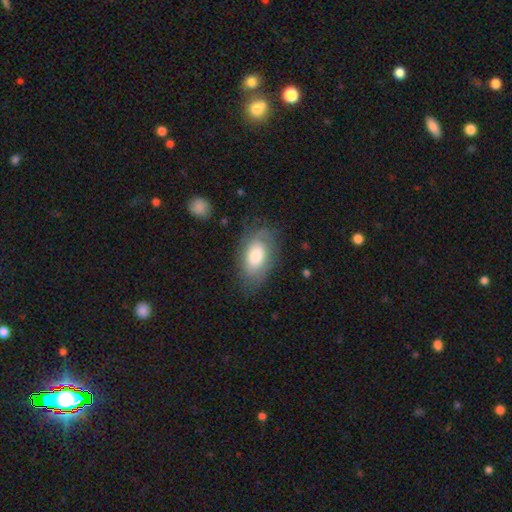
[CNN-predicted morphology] Q: Smooth or featured?
A: smooth (65%); runner-up: featured or disk (28%)
Q: How rounded?
A: in between (92%); runner-up: round (6%)
Q: Merging?
A: none (71%); runner-up: minor disturbance (20%)